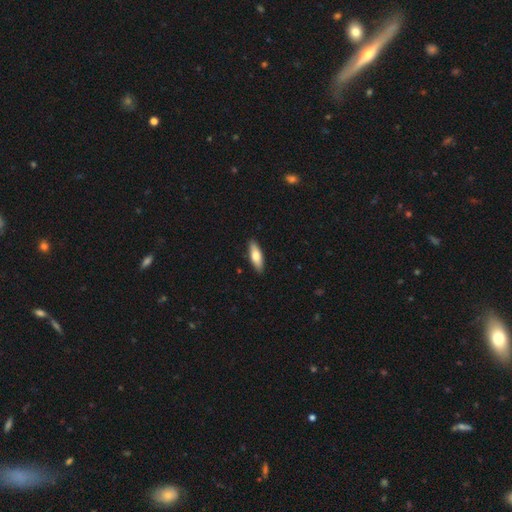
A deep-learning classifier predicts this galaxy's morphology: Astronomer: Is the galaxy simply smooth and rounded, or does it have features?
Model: smooth — 72%.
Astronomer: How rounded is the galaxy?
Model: in between — 54% (runner-up: cigar-shaped, 44%).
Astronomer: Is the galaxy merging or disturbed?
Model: none — 89%.